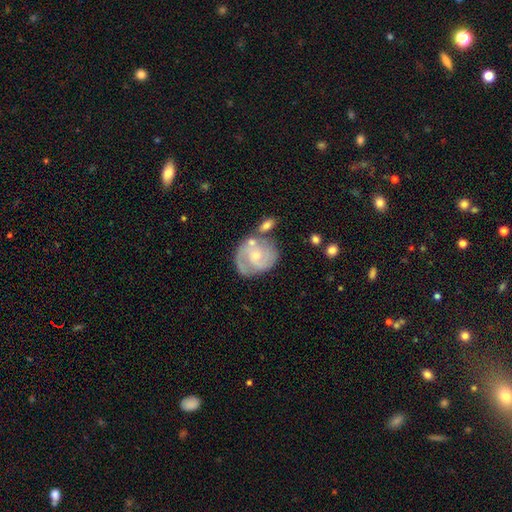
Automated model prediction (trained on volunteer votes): Smooth or featured? featured or disk (74%)
Edge-on disk? no (97%)
Bar? no (63%)
Spiral arms? yes (88%)
Spiral winding? tight (44%)
Spiral arm count? 2 (62%)
Bulge size? small (57%)
Merging? none (55%)